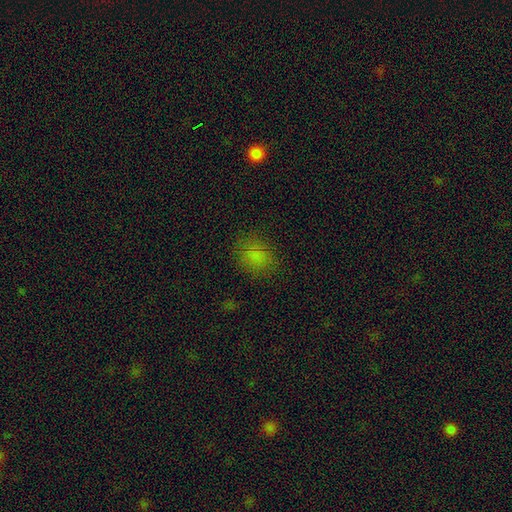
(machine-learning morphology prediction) smooth 76%, star or artifact 17%, featured or disk 7%. Down the decision tree: how rounded — round (57%); merging — none (78%).